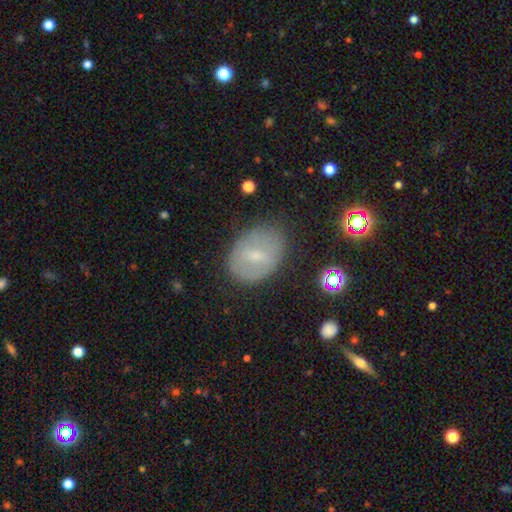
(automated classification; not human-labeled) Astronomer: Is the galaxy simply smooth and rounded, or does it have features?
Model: smooth — 51% (runner-up: featured or disk, 38%).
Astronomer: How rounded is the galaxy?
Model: in between — 72%.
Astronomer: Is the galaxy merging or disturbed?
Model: none — 76%.